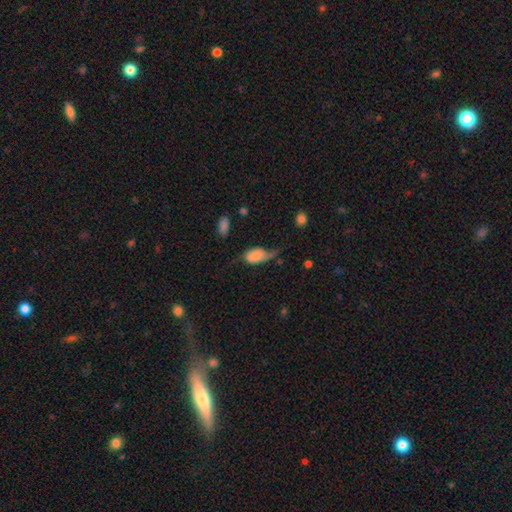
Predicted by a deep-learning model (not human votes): Smooth or featured? Predicted: smooth (p=0.65). How rounded? Predicted: in between (p=0.89). Merging? Predicted: major disturbance (p=0.39).